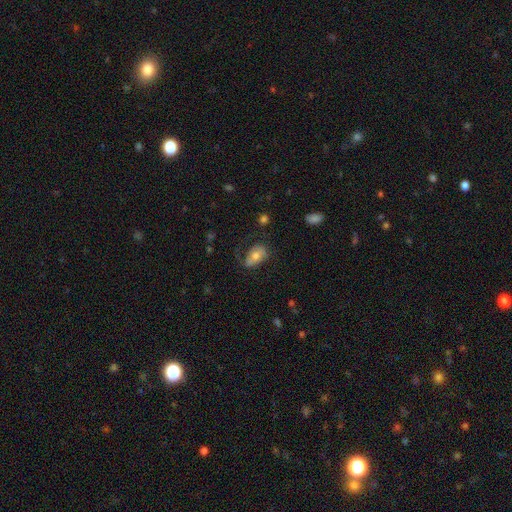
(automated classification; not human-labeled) Overall: smooth (57%; featured or disk 35%). How rounded: in between (87%). Merging: none (50%; minor disturbance 27%).